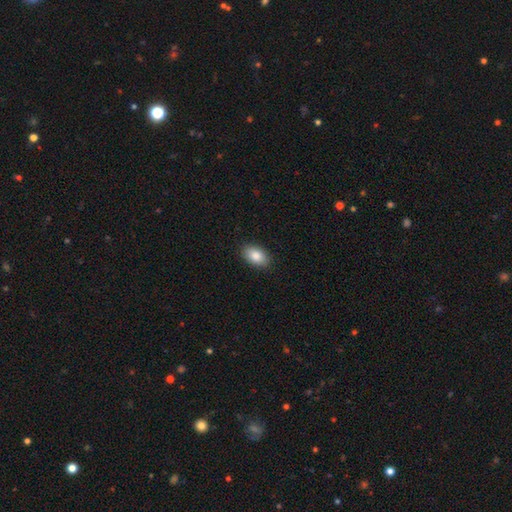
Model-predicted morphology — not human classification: This appears to be a smooth galaxy with no disk features (87%) that is in between round and cigar-shaped (92%). Merging: none (89%).